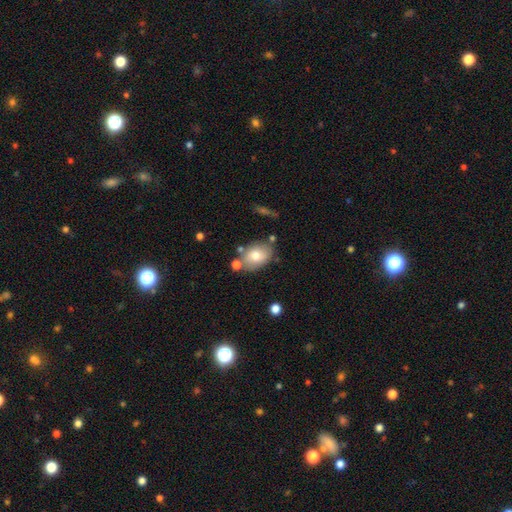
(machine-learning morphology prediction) Smooth or featured: smooth — 73% (featured or disk — 19%)
How rounded: in between — 78% (round — 21%)
Merging: none — 69% (minor disturbance — 16%)